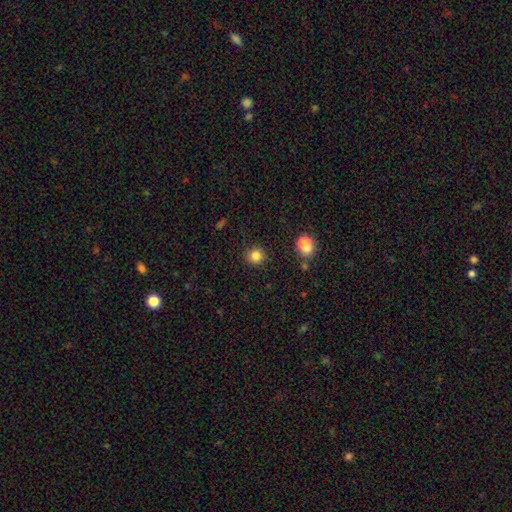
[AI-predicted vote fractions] A smooth galaxy with no disk features (84%) that is round (92%). Merging: none (89%).